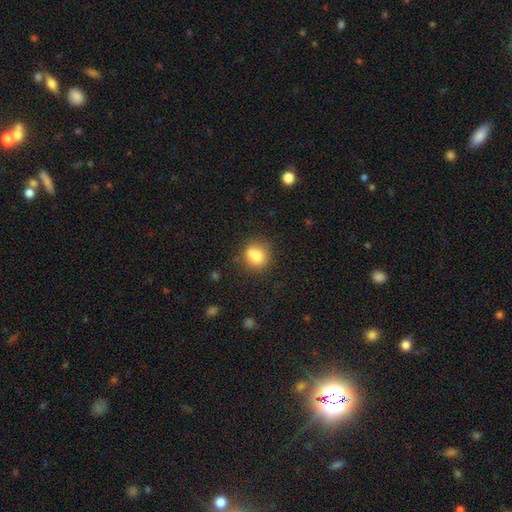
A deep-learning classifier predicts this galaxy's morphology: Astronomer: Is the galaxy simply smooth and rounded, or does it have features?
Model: smooth — 74%.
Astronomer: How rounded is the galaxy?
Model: round — 82%.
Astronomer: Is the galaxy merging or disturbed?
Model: none — 53%.